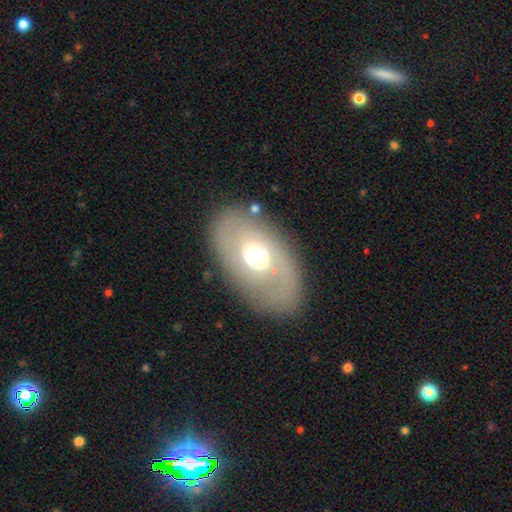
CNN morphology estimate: smooth 46% (tied), featured or disk 46% (tied), star or artifact 8%. Down the decision tree: merging — none (81%).